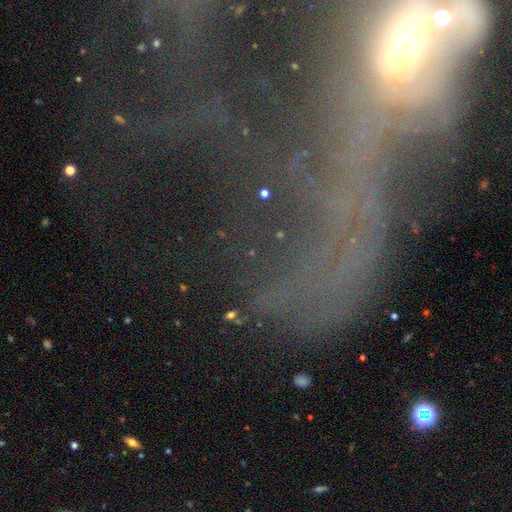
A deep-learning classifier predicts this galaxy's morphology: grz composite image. It shows a featured or disk galaxy (45%). Merging: major disturbance (40%).